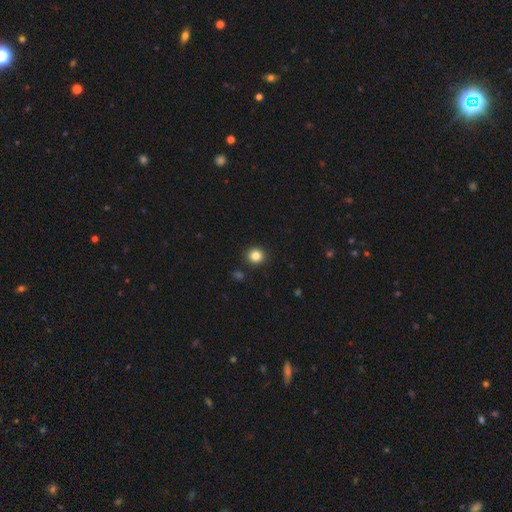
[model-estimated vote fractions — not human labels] A smooth galaxy with no disk features (84%) that is round (91%). Merging: none (92%).